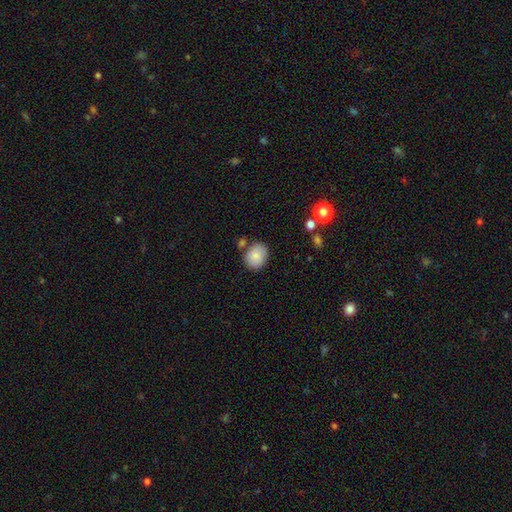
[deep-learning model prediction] The model was most divided on "how rounded": round: 53%, in between: 46%, cigar-shaped: 1%. More confident: smooth or featured — smooth (84%); merging — none (74%).